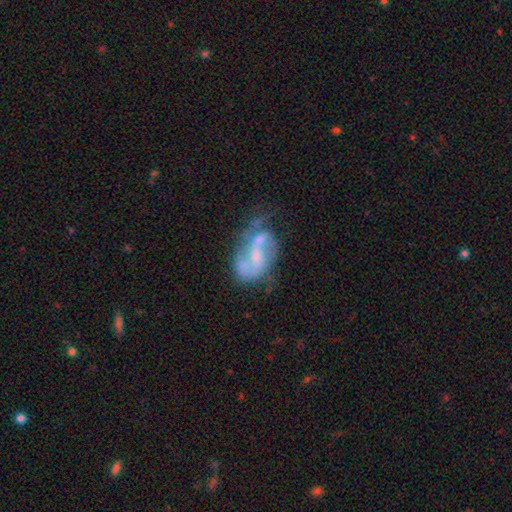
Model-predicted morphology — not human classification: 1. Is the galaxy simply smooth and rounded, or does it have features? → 76% featured or disk, 17% smooth, 7% star or artifact.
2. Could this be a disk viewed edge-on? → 97% no, 3% yes.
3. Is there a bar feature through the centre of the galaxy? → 46% weak, 37% no, 17% strong.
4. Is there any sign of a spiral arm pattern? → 86% yes, 14% no.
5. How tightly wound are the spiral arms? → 45% medium, 39% loose, 15% tight.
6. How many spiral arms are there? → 78% 2, 10% can't tell, 6% 1, 3% 3, 1% 4, 1% more than 4.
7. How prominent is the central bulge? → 48% small, 29% moderate, 19% none, 3% large, 1% dominant.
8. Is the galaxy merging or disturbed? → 39% none, 25% minor disturbance, 22% major disturbance, 14% merger.